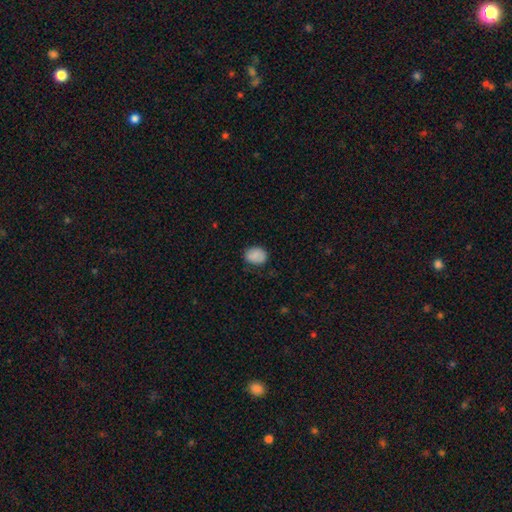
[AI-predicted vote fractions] smooth 87%, star or artifact 8%, featured or disk 5%. Down the decision tree: how rounded — in between (63%); merging — none (78%).